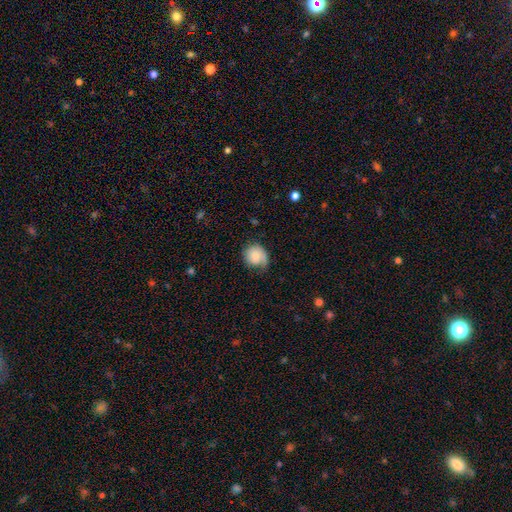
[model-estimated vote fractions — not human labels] Overall: smooth (68%). How rounded: round (73%). Merging: none (51%; minor disturbance 31%).